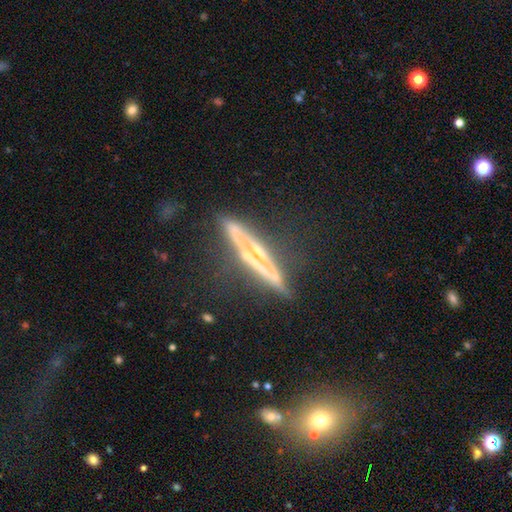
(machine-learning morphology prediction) smooth-or-featured: featured or disk: 77% | smooth: 13% | star or artifact: 10%
  disk-edge-on: yes: 91% | no: 9%
    edge-on-bulge: rounded: 50% | none: 36% | boxy: 14%
  merging: none: 69% | minor disturbance: 17% | major disturbance: 7% | merger: 6%